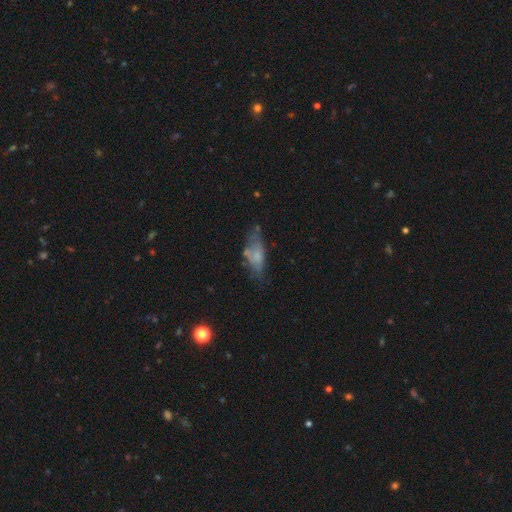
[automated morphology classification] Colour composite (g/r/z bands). It shows a smooth galaxy with no disk features (56%) that is in between round and cigar-shaped (73%). Merging: none (39%).